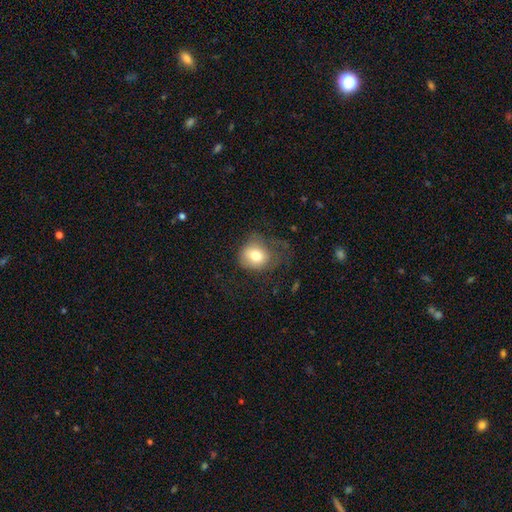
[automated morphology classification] Q: Smooth or featured?
A: smooth (76%); runner-up: featured or disk (14%)
Q: How rounded?
A: round (69%); runner-up: in between (30%)
Q: Merging?
A: none (46%); runner-up: minor disturbance (27%)